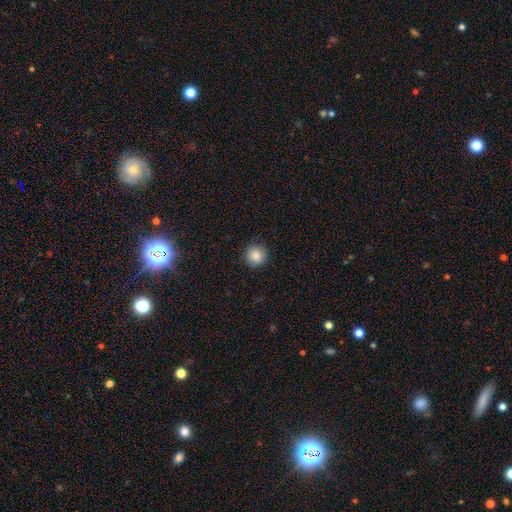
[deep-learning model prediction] This appears to be a smooth galaxy with no disk features (86%) that is round (94%). Merging: none (90%).